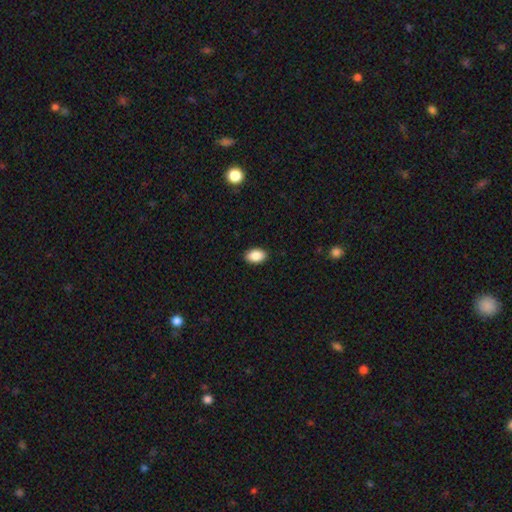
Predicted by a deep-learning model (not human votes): Smooth or featured? Predicted: smooth (p=0.89). How rounded? Predicted: in between (p=0.90). Merging? Predicted: none (p=0.90).